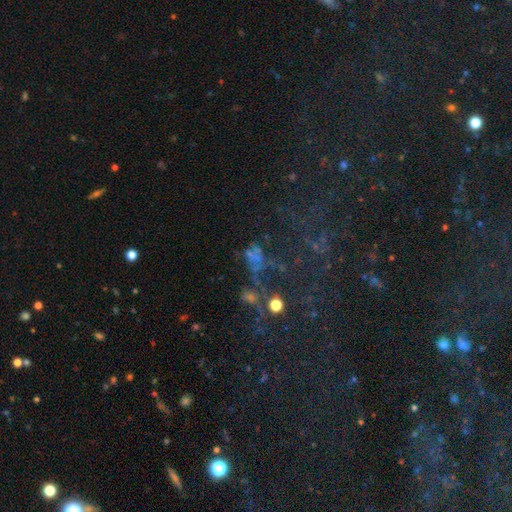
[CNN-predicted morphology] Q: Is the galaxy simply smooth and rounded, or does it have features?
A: star or artifact — 52%.